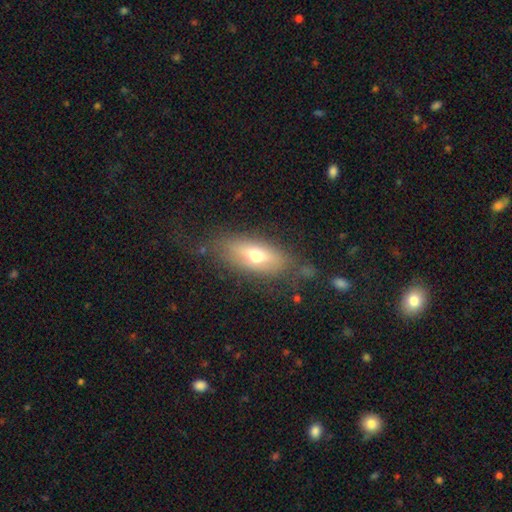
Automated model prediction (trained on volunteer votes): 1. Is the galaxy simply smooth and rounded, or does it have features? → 58% smooth, 34% featured or disk, 8% star or artifact.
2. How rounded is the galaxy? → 74% in between, 22% cigar-shaped, 5% round.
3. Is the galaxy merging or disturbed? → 71% none, 18% minor disturbance, 9% major disturbance, 3% merger.